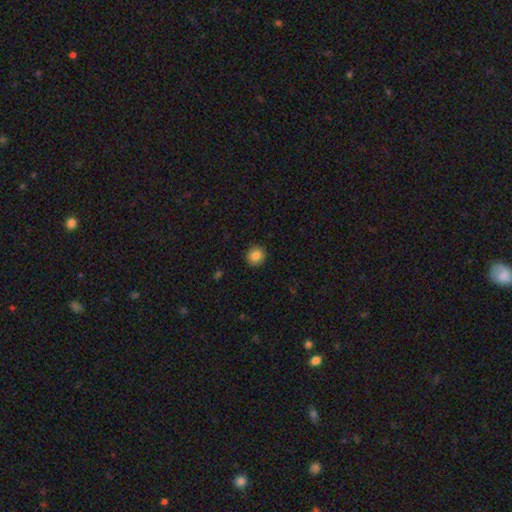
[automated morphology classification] type=smooth (85%); roundness=round (89%); merging=none (92%).